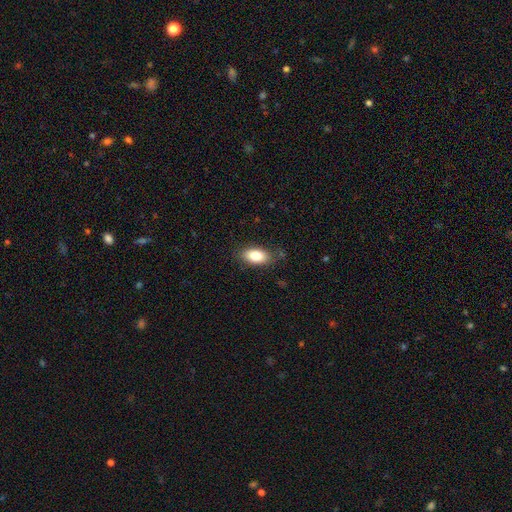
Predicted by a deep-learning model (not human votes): A smooth galaxy with no disk features (82%) that is in between round and cigar-shaped (90%).

Vote fractions:
- Smooth or featured? smooth: 82% / featured or disk: 10% / star or artifact: 8%
- How rounded? in between: 90% / round: 6% / cigar-shaped: 4%
- Merging? none: 81% / minor disturbance: 14% / major disturbance: 3% / merger: 1%